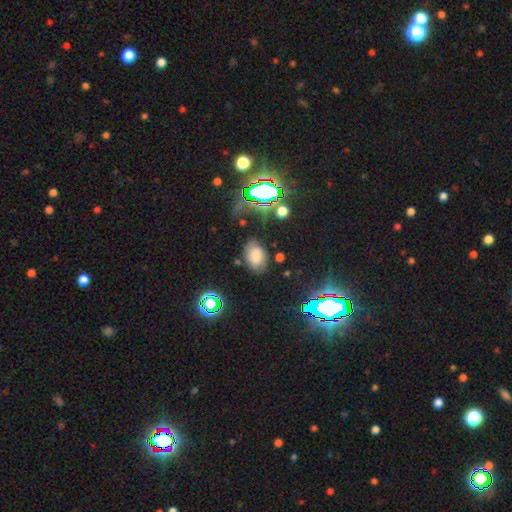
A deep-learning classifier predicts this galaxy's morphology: A smooth galaxy with no disk features (66%) that is in between round and cigar-shaped (85%). Merging: none (69%).